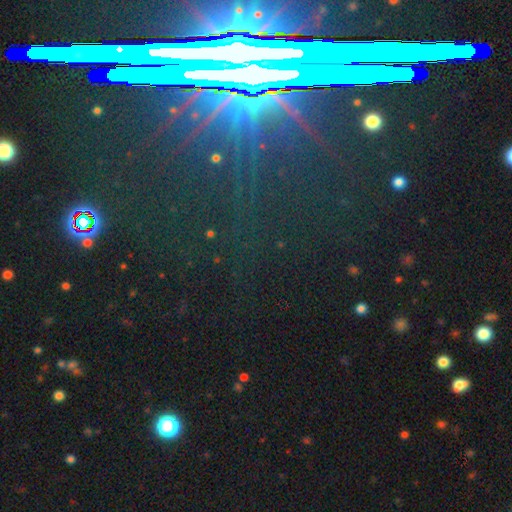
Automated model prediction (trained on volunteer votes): Smooth or featured?
  - star or artifact: 78% *
  - featured or disk: 11%
  - smooth: 11%